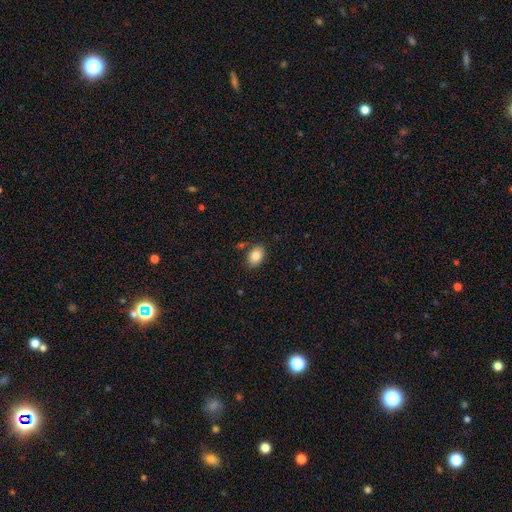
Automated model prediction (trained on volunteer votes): smooth-or-featured: smooth: 85% | star or artifact: 8% | featured or disk: 7%
  how-rounded: in between: 85% | round: 14% | cigar-shaped: 1%
  merging: none: 79% | minor disturbance: 12% | merger: 5% | major disturbance: 3%